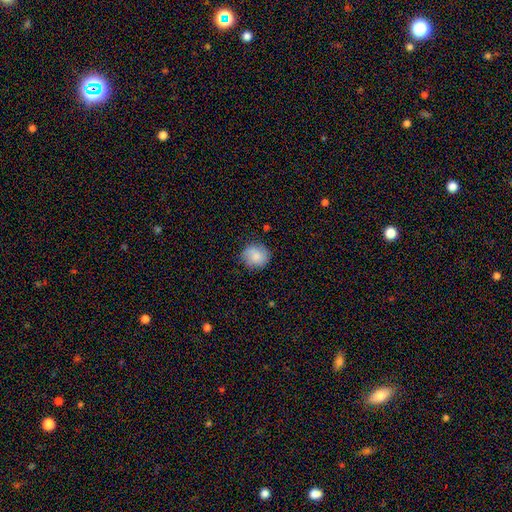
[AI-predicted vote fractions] The model was most divided on "merging": none: 77%, minor disturbance: 18%, major disturbance: 4%, merger: 1%. More confident: how rounded — round (83%); smooth or featured — smooth (79%).